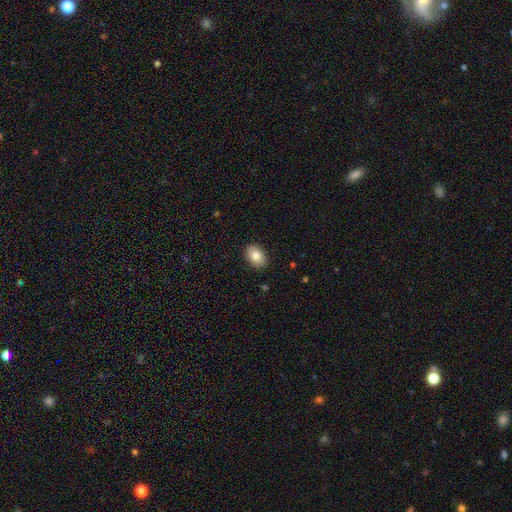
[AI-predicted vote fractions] Smooth or featured?
  - smooth: 84% *
  - featured or disk: 9%
  - star or artifact: 7%
How rounded?
  - in between: 83% *
  - round: 16%
  - cigar-shaped: 1%
Merging?
  - none: 89% *
  - minor disturbance: 8%
  - major disturbance: 2%
  - merger: 1%